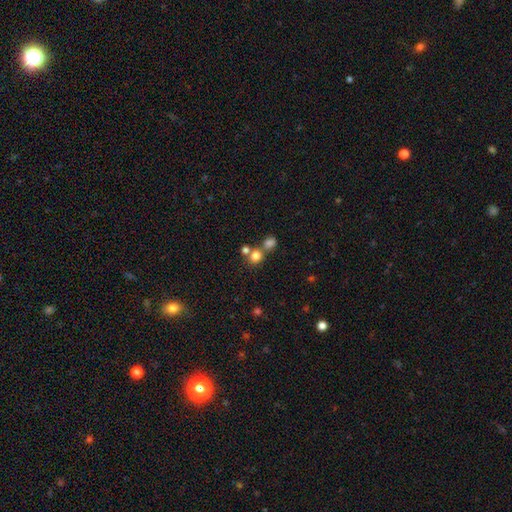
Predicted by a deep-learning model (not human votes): Overall: smooth (77%). How rounded: round (78%). Merging: none (50%; merger 38%).